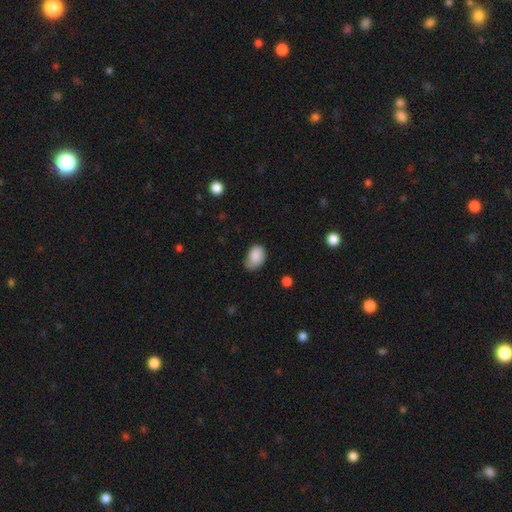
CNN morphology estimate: smooth 86%, star or artifact 8%, featured or disk 6%. Down the decision tree: how rounded — in between (80%); merging — none (51%).